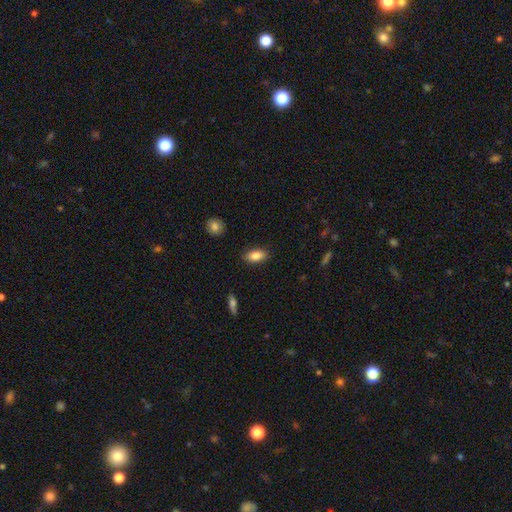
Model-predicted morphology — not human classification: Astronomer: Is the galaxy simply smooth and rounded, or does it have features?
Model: smooth — 85%.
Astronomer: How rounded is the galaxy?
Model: in between — 89%.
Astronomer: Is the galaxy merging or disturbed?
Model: none — 87%.